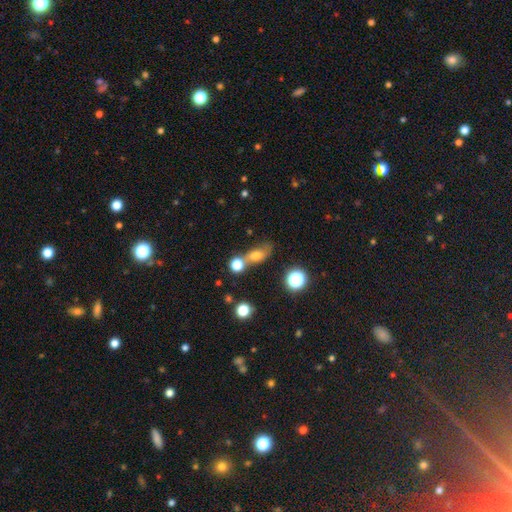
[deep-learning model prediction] The model was most divided on "merging": none: 43%, merger: 33%, minor disturbance: 15%, major disturbance: 9%. More confident: smooth or featured — smooth (66%); how rounded — in between (59%).